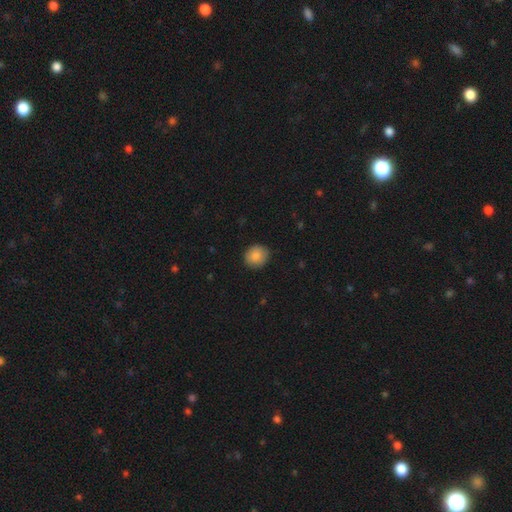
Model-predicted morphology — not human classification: Smooth or featured: smooth — 88% (star or artifact — 7%)
How rounded: round — 83% (in between — 16%)
Merging: none — 88% (minor disturbance — 9%)